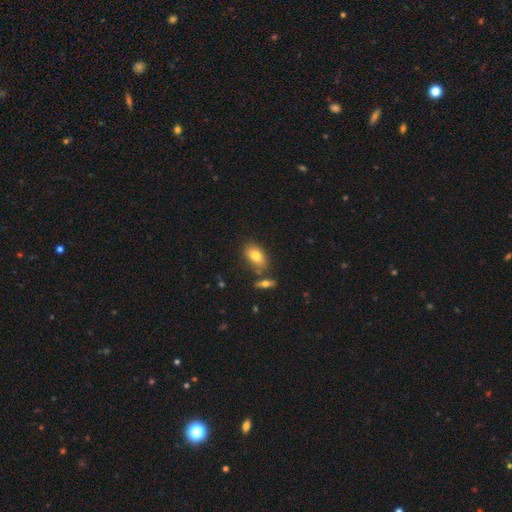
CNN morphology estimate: The model was most divided on "merging": none: 72%, minor disturbance: 13%, merger: 12%, major disturbance: 3%. More confident: how rounded — in between (90%); smooth or featured — smooth (79%).